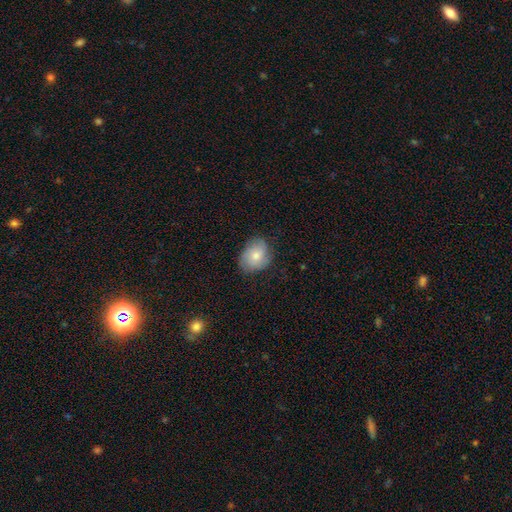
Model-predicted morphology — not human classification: smooth_or_featured: smooth (p=0.74) [alt: featured or disk p=0.20]
how_rounded: in between (p=0.62) [alt: round p=0.37]
merging: none (p=0.71) [alt: minor disturbance p=0.23]